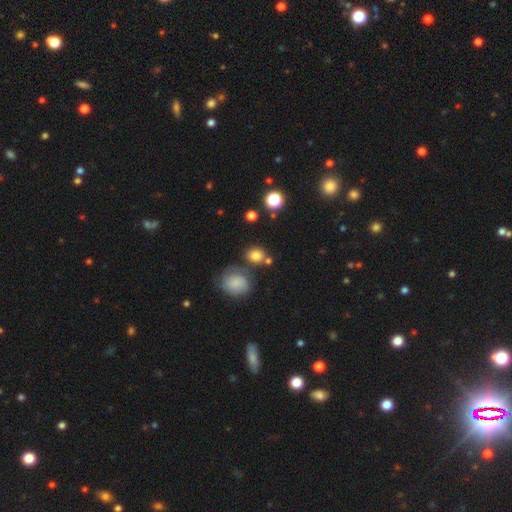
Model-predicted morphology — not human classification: smooth_or_featured: smooth (p=0.81) [alt: star or artifact p=0.12]
how_rounded: round (p=0.69) [alt: in between p=0.30]
merging: none (p=0.67) [alt: minor disturbance p=0.14]